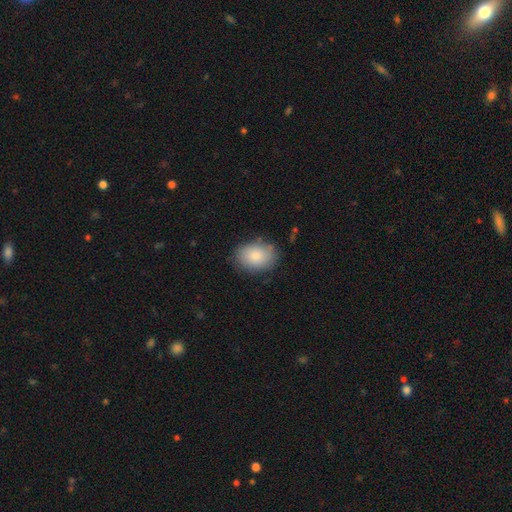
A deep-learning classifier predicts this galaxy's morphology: smooth_or_featured: smooth (p=0.83) [alt: featured or disk p=0.10]
how_rounded: in between (p=0.73) [alt: round p=0.26]
merging: none (p=0.78) [alt: minor disturbance p=0.16]